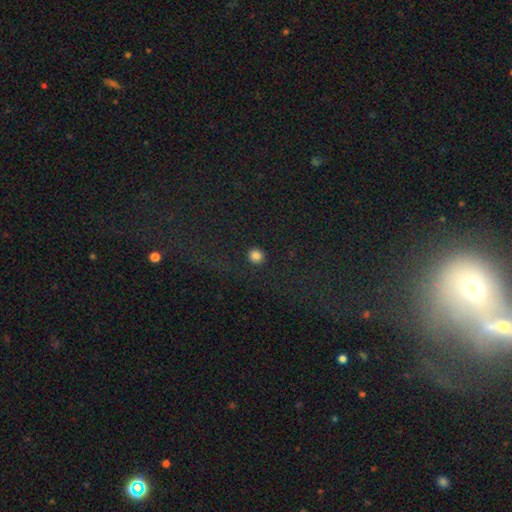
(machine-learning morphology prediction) Smooth or featured? smooth (84%)
How rounded? round (92%)
Merging? none (92%)